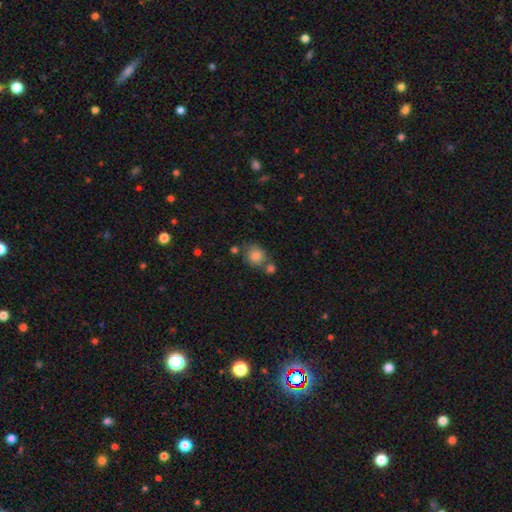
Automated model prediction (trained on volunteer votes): Q: Smooth or featured?
A: smooth (82%); runner-up: star or artifact (10%)
Q: How rounded?
A: round (71%); runner-up: in between (28%)
Q: Merging?
A: none (58%); runner-up: merger (22%)